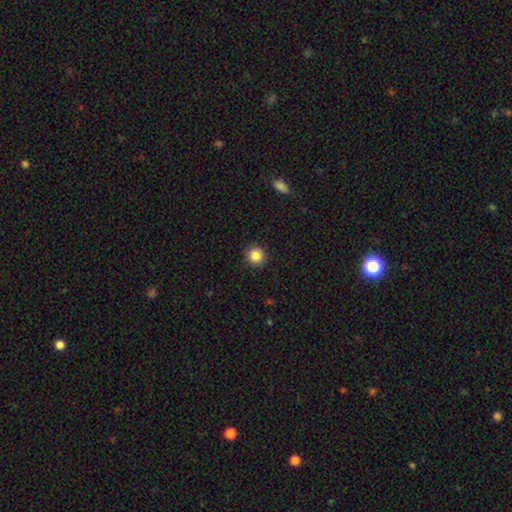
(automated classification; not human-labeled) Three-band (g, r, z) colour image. It shows a smooth galaxy with no disk features (86%) that is round (94%). Merging: none (92%).